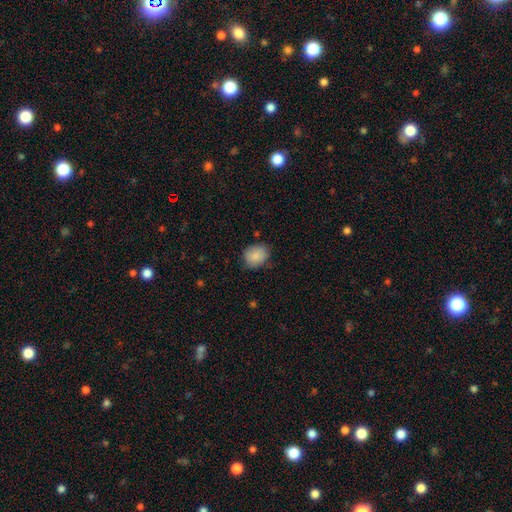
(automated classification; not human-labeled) Smooth or featured: smooth — 87% (star or artifact — 7%)
How rounded: round — 54% (in between — 45%)
Merging: none — 77% (minor disturbance — 18%)